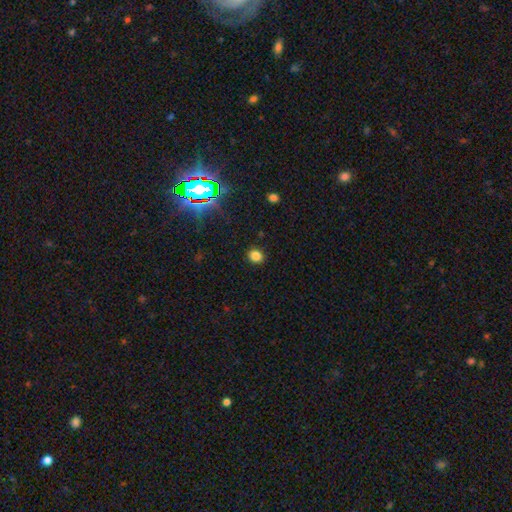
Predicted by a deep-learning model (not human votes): The model was most divided on "how rounded": round: 74%, in between: 25%, cigar-shaped: 1%. More confident: merging — none (90%); smooth or featured — smooth (80%).